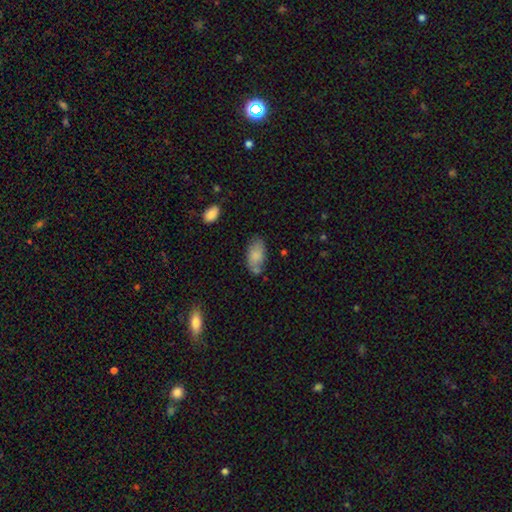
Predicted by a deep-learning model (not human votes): The model was most divided on "merging": none: 61%, minor disturbance: 24%, merger: 9%, major disturbance: 6%. More confident: how rounded — in between (94%); smooth or featured — smooth (79%).